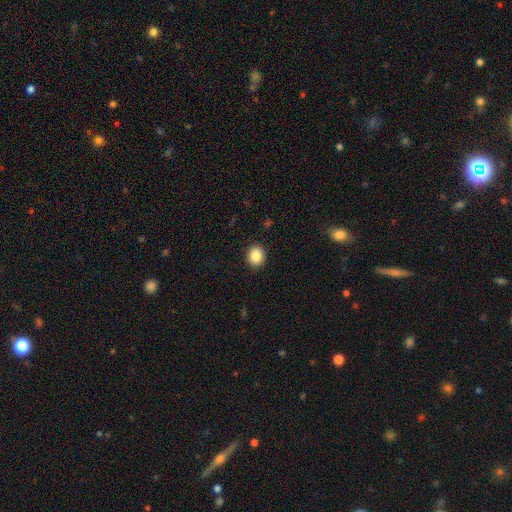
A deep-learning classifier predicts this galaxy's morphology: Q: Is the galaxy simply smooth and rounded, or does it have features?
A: smooth — 87%.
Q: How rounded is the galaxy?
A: round — 66%.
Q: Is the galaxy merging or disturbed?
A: none — 91%.